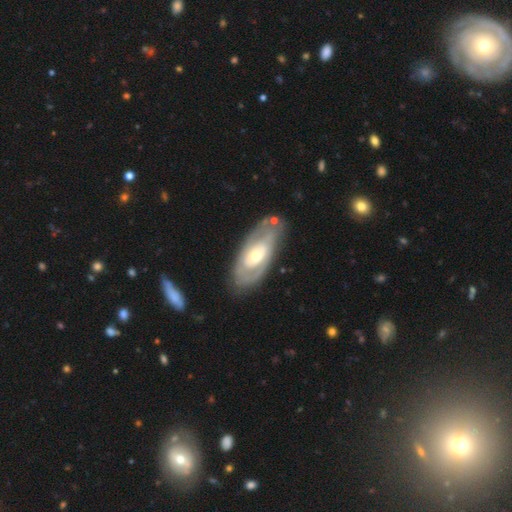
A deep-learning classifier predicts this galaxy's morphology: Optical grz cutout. It shows a featured or disk galaxy (73%) with no bar (64%), spiral arms (65%) and a moderate central bulge (61%). Merging: none (75%).